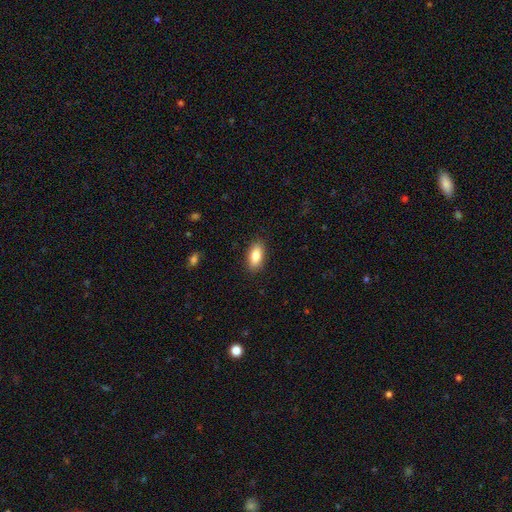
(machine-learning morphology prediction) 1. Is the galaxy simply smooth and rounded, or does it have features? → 83% smooth, 10% featured or disk, 7% star or artifact.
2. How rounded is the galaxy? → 88% in between, 9% cigar-shaped, 3% round.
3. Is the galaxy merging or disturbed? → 88% none, 9% minor disturbance, 2% major disturbance, 1% merger.